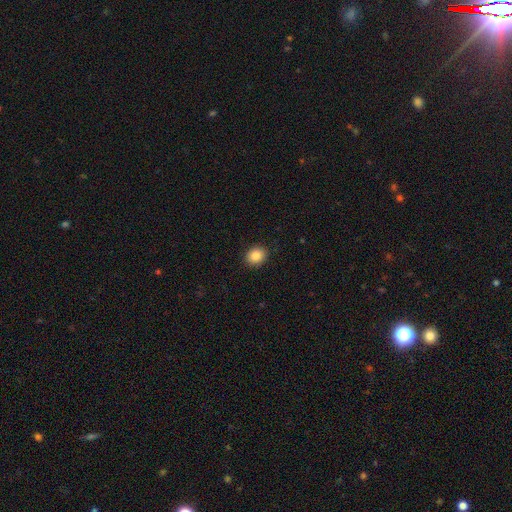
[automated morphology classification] The model was most divided on "how rounded": round: 64%, in between: 35%, cigar-shaped: 1%. More confident: merging — none (91%); smooth or featured — smooth (87%).